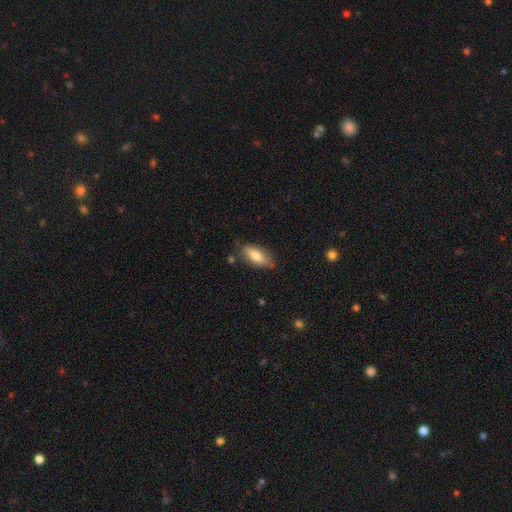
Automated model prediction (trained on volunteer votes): Smooth or featured? Predicted: smooth (p=0.75). How rounded? Predicted: in between (p=0.84). Merging? Predicted: none (p=0.73).